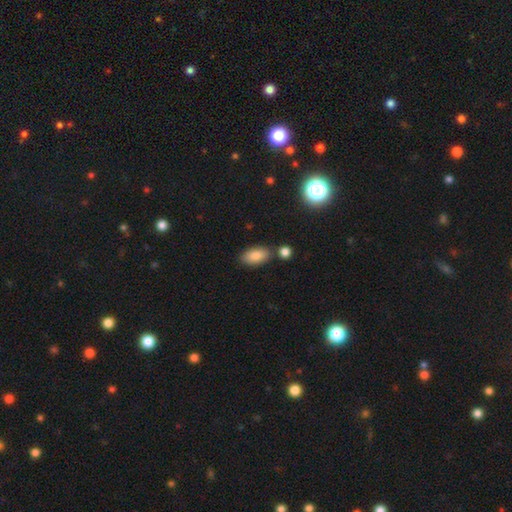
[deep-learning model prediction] Smooth or featured: smooth — 84% (featured or disk — 8%)
How rounded: in between — 91% (cigar-shaped — 5%)
Merging: none — 74% (minor disturbance — 13%)